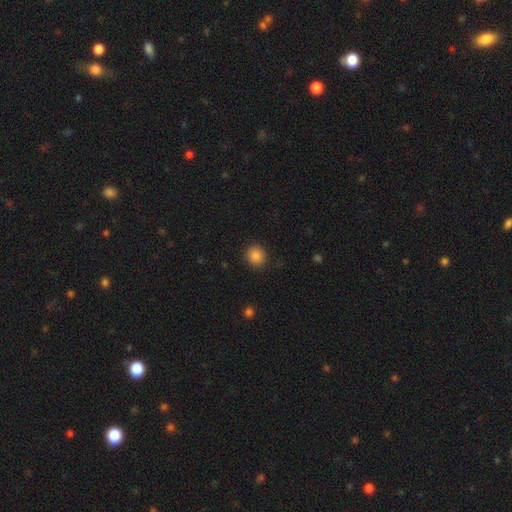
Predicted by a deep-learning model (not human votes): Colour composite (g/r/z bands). It shows a smooth galaxy with no disk features (84%) that is round (87%). Merging: none (88%).